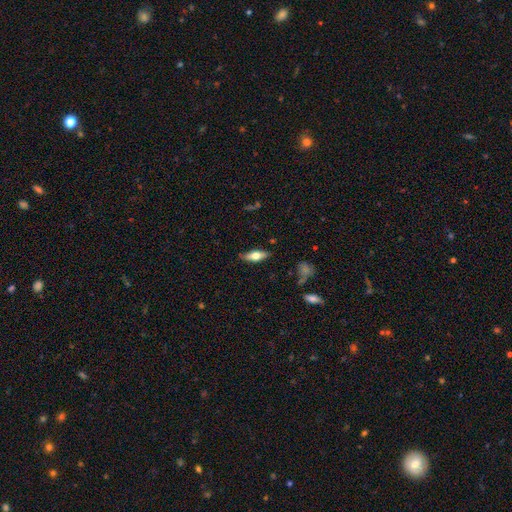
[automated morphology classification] smooth_or_featured: smooth (p=0.54) [alt: featured or disk p=0.39]
how_rounded: in between (p=0.63) [alt: cigar-shaped p=0.34]
merging: none (p=0.84) [alt: minor disturbance p=0.12]